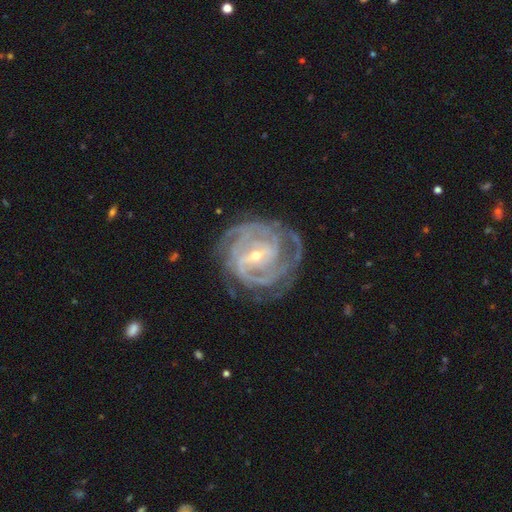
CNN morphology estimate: Smooth or featured: featured or disk — 90% (star or artifact — 5%)
Edge-on disk: no — 97% (yes — 3%)
Bar: weak — 44% (strong — 35%)
Spiral arms: yes — 97% (no — 3%)
Spiral winding: tight — 65% (medium — 30%)
Spiral arm count: 3 — 26% (can't tell — 23%)
Bulge size: small — 66% (moderate — 31%)
Merging: none — 71% (minor disturbance — 17%)